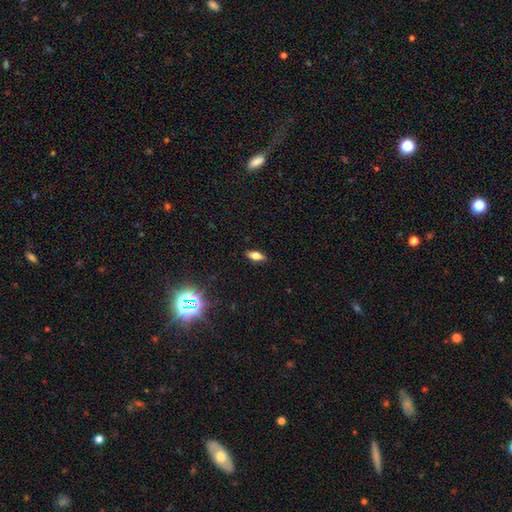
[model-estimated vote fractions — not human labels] smooth 69%, featured or disk 19%, star or artifact 12%. Down the decision tree: how rounded — in between (78%); merging — none (89%).